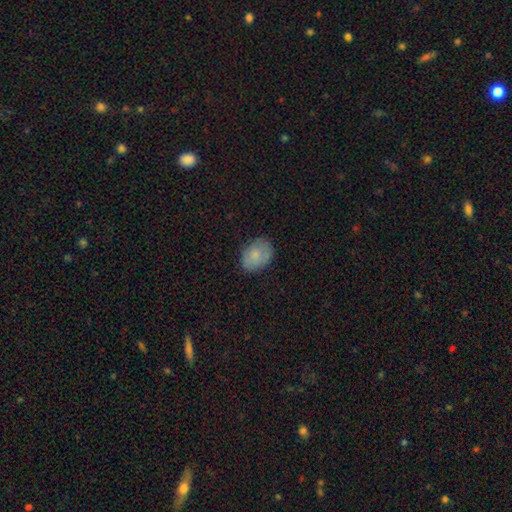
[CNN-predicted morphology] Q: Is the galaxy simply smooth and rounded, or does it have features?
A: smooth — 79%.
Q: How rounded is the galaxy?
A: in between — 68%.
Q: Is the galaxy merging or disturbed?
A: none — 78%.